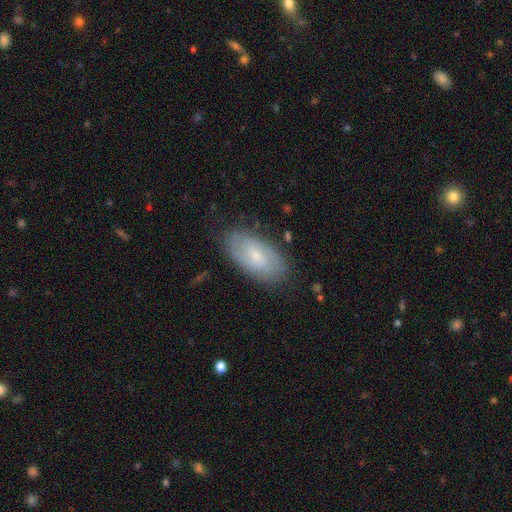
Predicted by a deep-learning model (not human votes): smooth_or_featured: featured or disk (p=0.52) [alt: smooth p=0.41]
disk_edge_on: no (p=0.91) [alt: yes p=0.09]
merging: none (p=0.79) [alt: minor disturbance p=0.16]